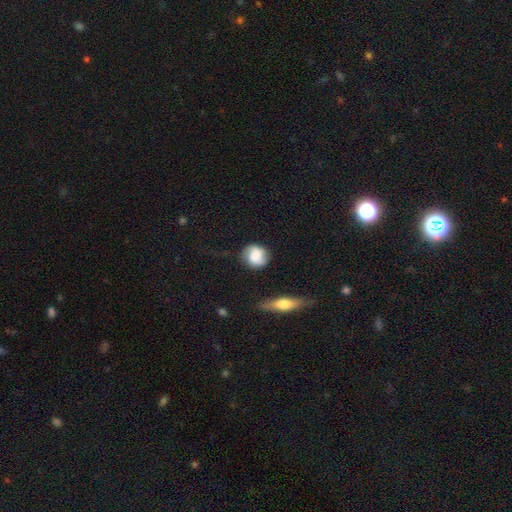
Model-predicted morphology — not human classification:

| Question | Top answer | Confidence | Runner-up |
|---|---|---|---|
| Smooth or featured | smooth | 49% | featured or disk (43%) |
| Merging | none | 74% | minor disturbance (17%) |